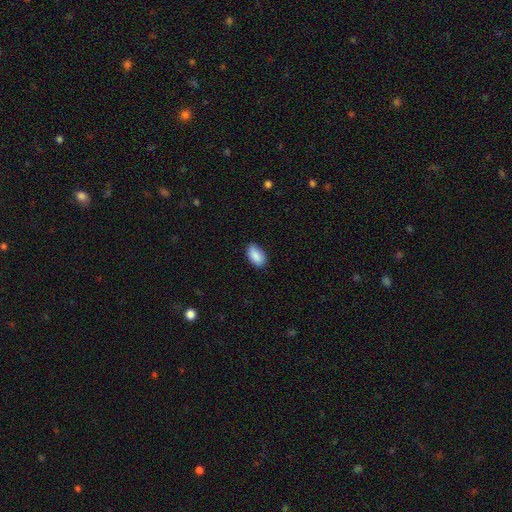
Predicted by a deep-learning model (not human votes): This appears to be a smooth galaxy with no disk features (89%) that is in between round and cigar-shaped (94%). Merging: none (86%).